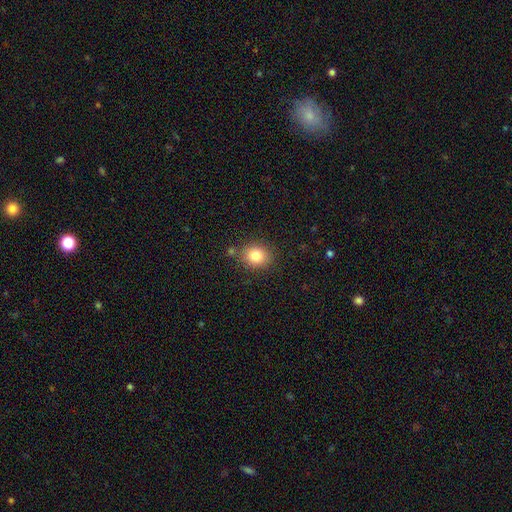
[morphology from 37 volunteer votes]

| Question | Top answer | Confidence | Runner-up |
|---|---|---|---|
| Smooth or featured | smooth | 81% | featured or disk (14%) |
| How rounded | round | 77% | in between (23%) |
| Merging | none | 89% | merger (6%) |